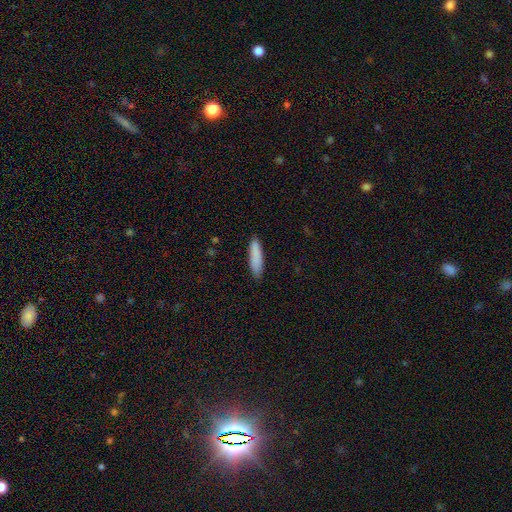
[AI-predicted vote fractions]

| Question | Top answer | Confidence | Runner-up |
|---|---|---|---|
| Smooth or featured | smooth | 87% | featured or disk (7%) |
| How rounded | cigar-shaped | 70% | in between (28%) |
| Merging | none | 86% | minor disturbance (11%) |